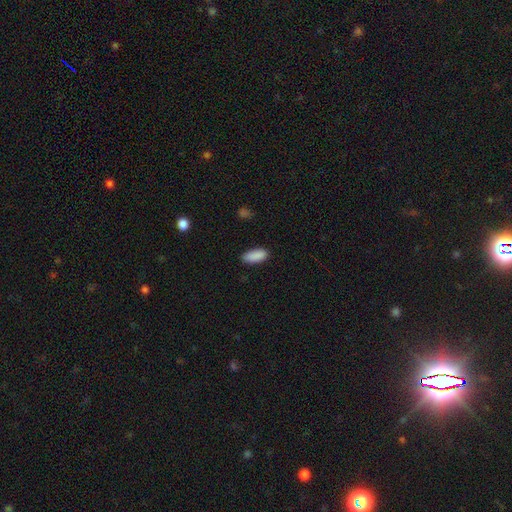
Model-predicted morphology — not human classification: smooth 90%, star or artifact 7%, featured or disk 3%. Down the decision tree: how rounded — in between (83%); merging — none (87%).